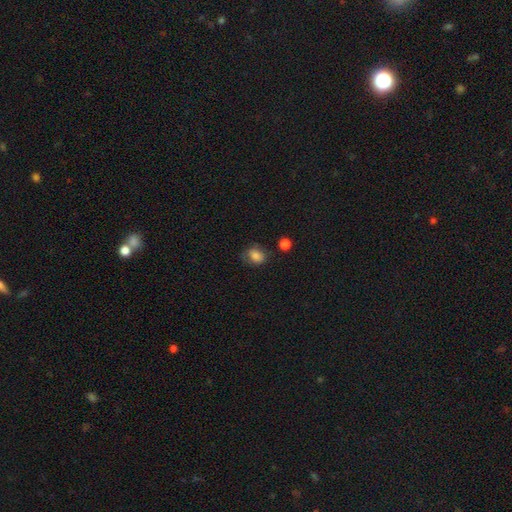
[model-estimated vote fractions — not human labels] A smooth galaxy with no disk features (80%) that is in between round and cigar-shaped (59%).

Vote fractions:
- Smooth or featured? smooth: 80% / star or artifact: 11% / featured or disk: 10%
- How rounded? in between: 59% / round: 40% / cigar-shaped: 1%
- Merging? none: 62% / minor disturbance: 26% / major disturbance: 9% / merger: 4%